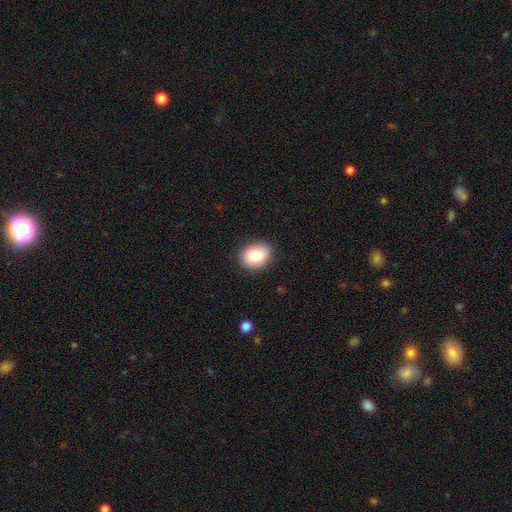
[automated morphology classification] A smooth galaxy with no disk features (82%) that is in between round and cigar-shaped (58%).

Vote fractions:
- Smooth or featured? smooth: 82% / featured or disk: 10% / star or artifact: 8%
- How rounded? in between: 58% / round: 42% / cigar-shaped: 1%
- Merging? none: 87% / minor disturbance: 9% / major disturbance: 2% / merger: 1%